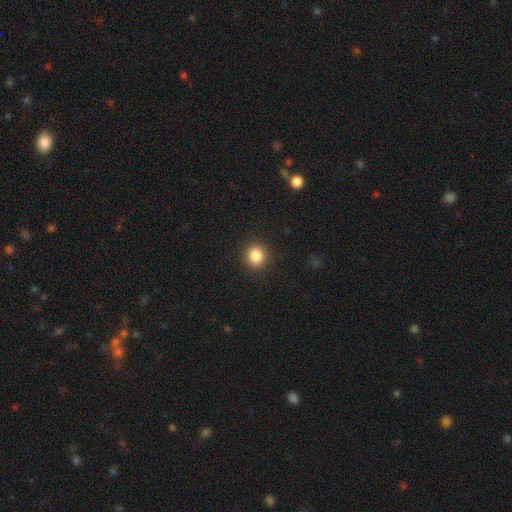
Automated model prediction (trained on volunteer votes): smooth_or_featured: smooth (p=0.85) [alt: star or artifact p=0.10]
how_rounded: round (p=0.87) [alt: in between p=0.12]
merging: none (p=0.91) [alt: minor disturbance p=0.06]